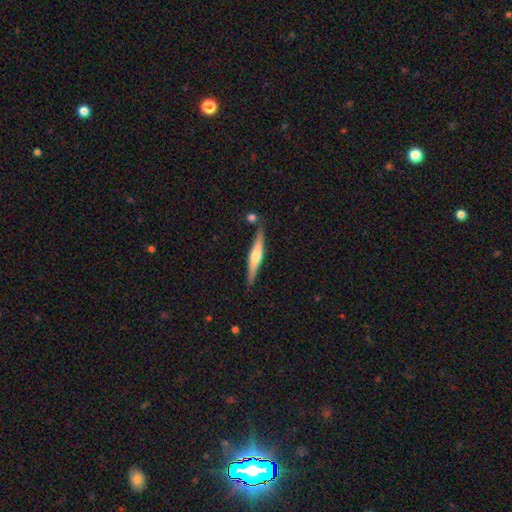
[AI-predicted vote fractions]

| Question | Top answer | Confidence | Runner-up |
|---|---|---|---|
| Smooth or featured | featured or disk | 59% | smooth (35%) |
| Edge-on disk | yes | 96% | no (4%) |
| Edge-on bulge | rounded | 81% | boxy (10%) |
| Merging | none | 81% | minor disturbance (11%) |